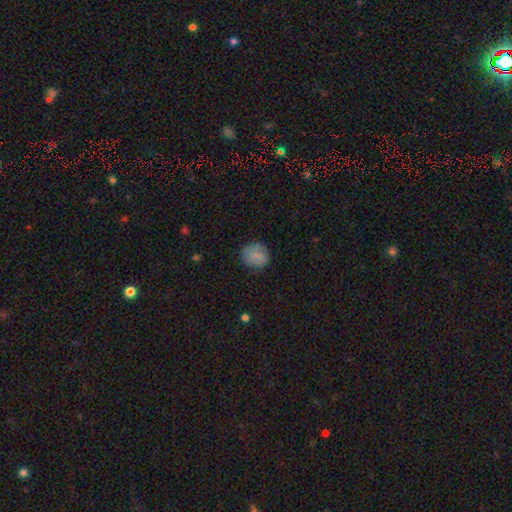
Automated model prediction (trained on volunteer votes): Morphology: type=smooth (79%); roundness=round (75%); merging=none (81%).